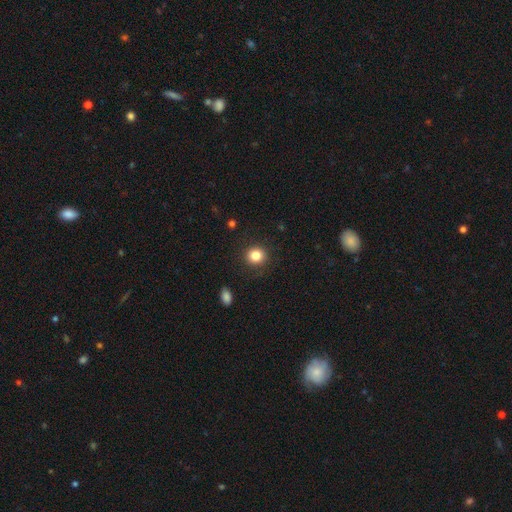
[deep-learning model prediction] Smooth or featured?
  - smooth: 84% *
  - star or artifact: 11%
  - featured or disk: 5%
How rounded?
  - round: 87% *
  - in between: 12%
  - cigar-shaped: 1%
Merging?
  - none: 88% *
  - minor disturbance: 8%
  - major disturbance: 3%
  - merger: 1%